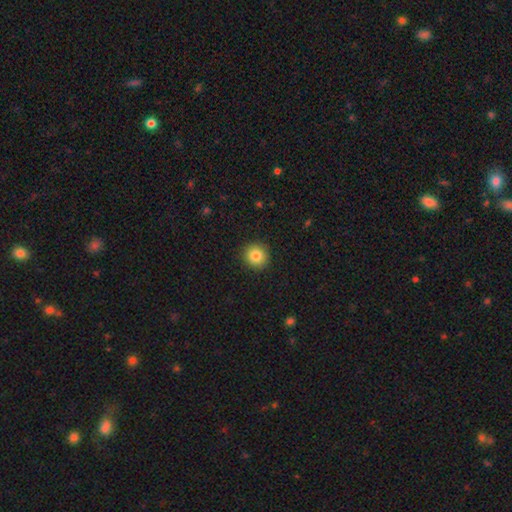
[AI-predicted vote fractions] The model was most divided on "smooth or featured": smooth: 84%, star or artifact: 10%, featured or disk: 6%. More confident: merging — none (92%); how rounded — round (91%).